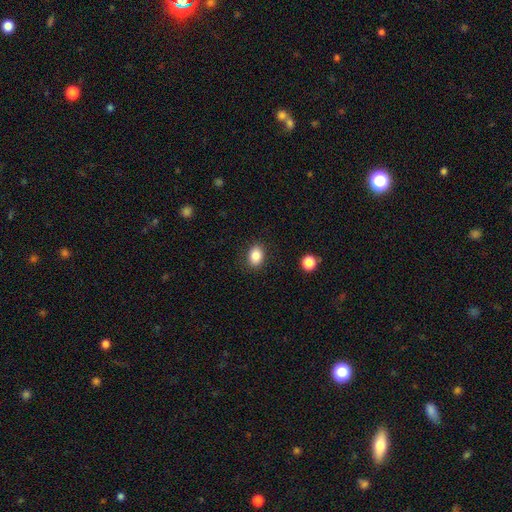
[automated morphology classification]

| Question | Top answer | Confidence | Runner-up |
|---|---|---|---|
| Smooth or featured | smooth | 86% | star or artifact (9%) |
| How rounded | in between | 71% | round (28%) |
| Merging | none | 87% | minor disturbance (9%) |